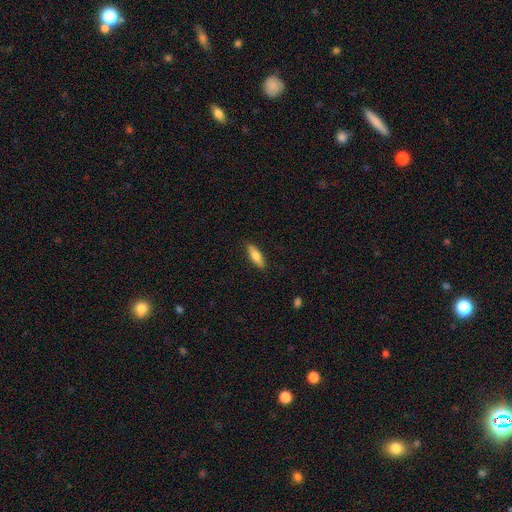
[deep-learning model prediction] A smooth galaxy with no disk features (74%) that is in between round and cigar-shaped (55%).

Vote fractions:
- Smooth or featured? smooth: 74% / featured or disk: 20% / star or artifact: 6%
- How rounded? in between: 55% / cigar-shaped: 43% / round: 2%
- Merging? none: 88% / minor disturbance: 9% / major disturbance: 2% / merger: 1%